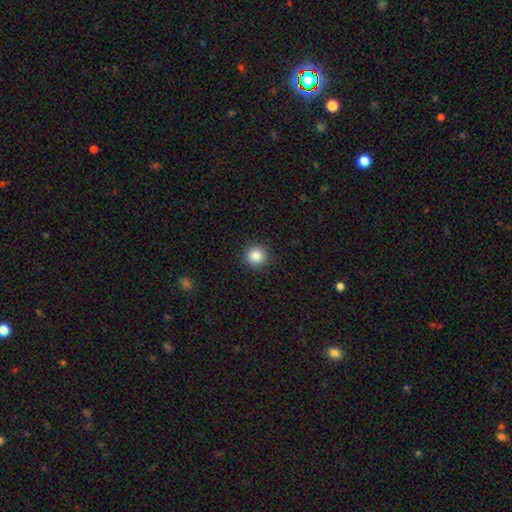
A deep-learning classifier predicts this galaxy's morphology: smooth 86%, star or artifact 10%, featured or disk 4%. Down the decision tree: how rounded — round (93%); merging — none (91%).